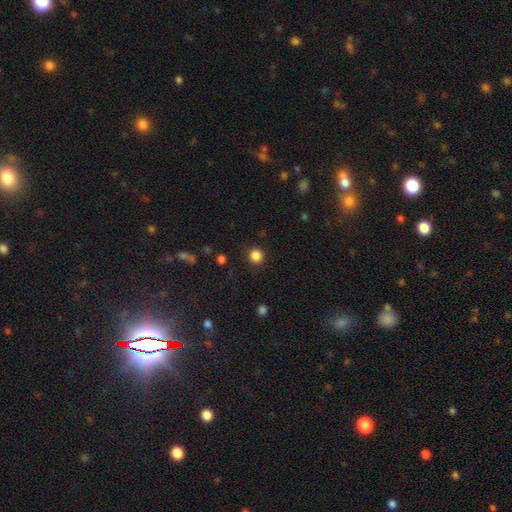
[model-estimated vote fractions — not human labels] The model was most divided on "smooth or featured": smooth: 85%, star or artifact: 12%, featured or disk: 3%. More confident: how rounded — round (93%); merging — none (89%).